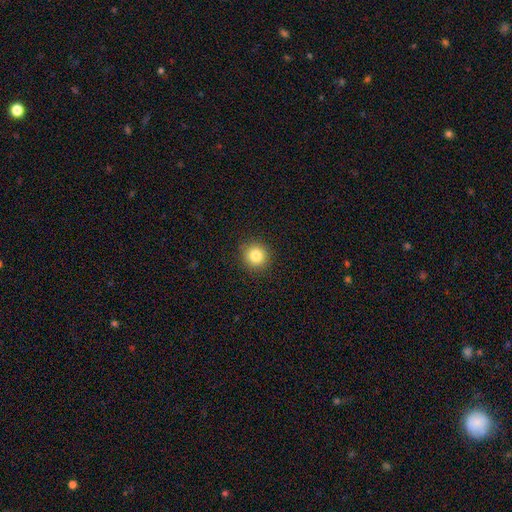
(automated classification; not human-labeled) This is clearly a smooth galaxy (83%). How rounded: clearly round (93%). Merging: clearly none (91%).